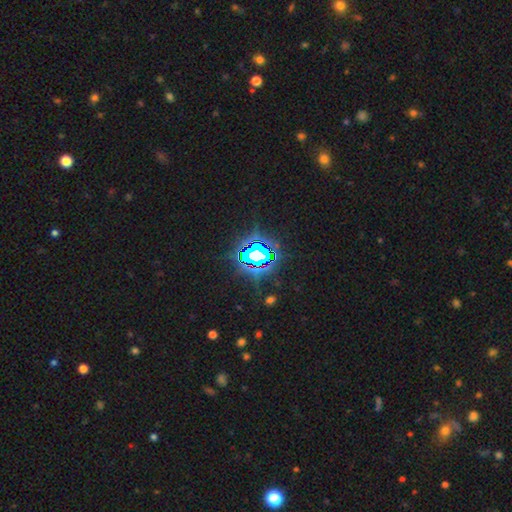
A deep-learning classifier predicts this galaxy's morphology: This is likely a star or artifact rather than a galaxy (78%).